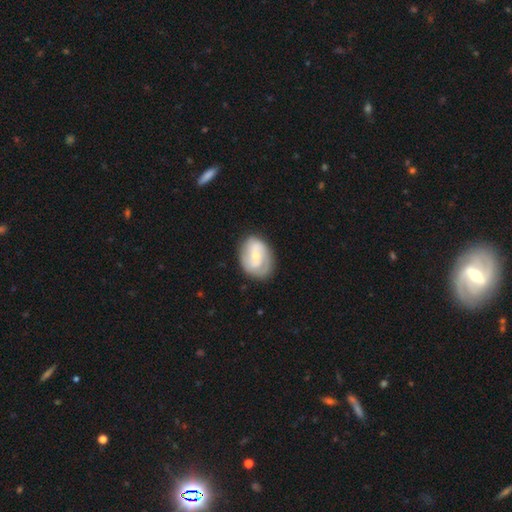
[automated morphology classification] This appears to be a featured or disk galaxy (70%) with no bar (49%), 2 (64%) tight (44%) spiral arms (87%) and a small central bulge (52%). Merging: none (77%).